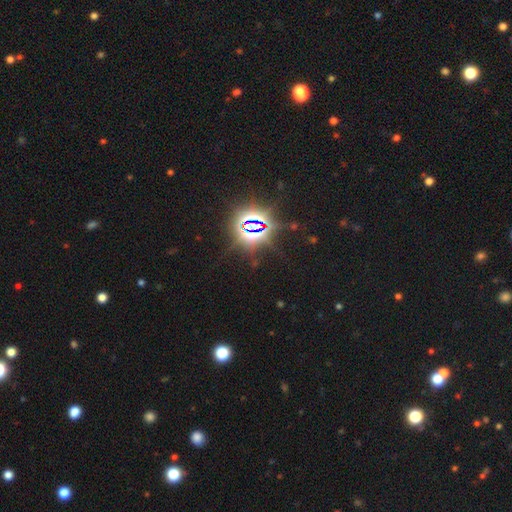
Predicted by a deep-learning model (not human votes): This appears to be a star or artifact, not a galaxy (86%).